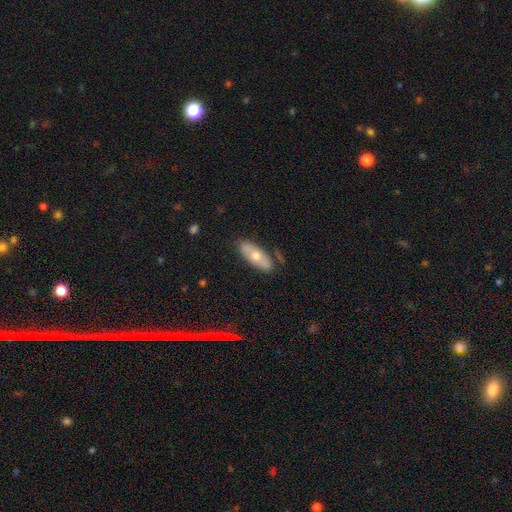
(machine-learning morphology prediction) Overall: smooth (60%; featured or disk 34%). How rounded: in between (76%). Merging: none (76%).